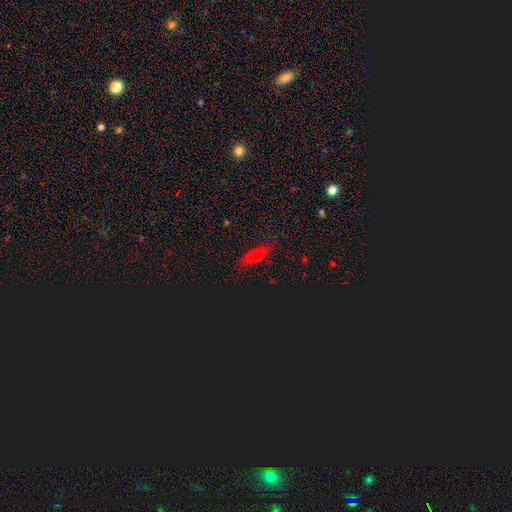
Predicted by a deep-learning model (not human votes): smooth_or_featured: smooth (p=0.59) [alt: featured or disk p=0.21]
how_rounded: in between (p=0.63) [alt: cigar-shaped p=0.30]
merging: none (p=0.76) [alt: minor disturbance p=0.17]